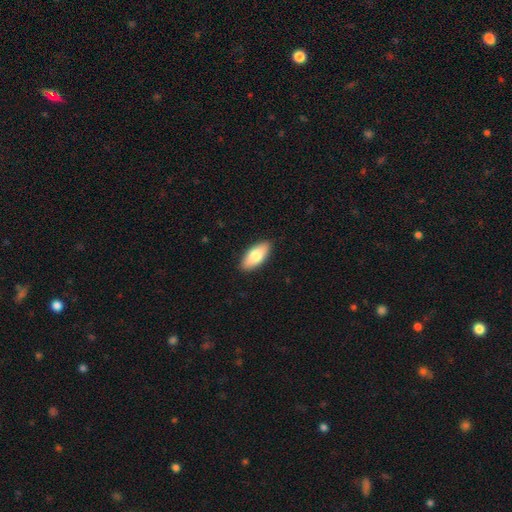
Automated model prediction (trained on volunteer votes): smooth-or-featured: smooth: 78% | featured or disk: 16% | star or artifact: 6%
  how-rounded: in between: 87% | cigar-shaped: 11% | round: 2%
  merging: none: 89% | minor disturbance: 8% | major disturbance: 2% | merger: 1%